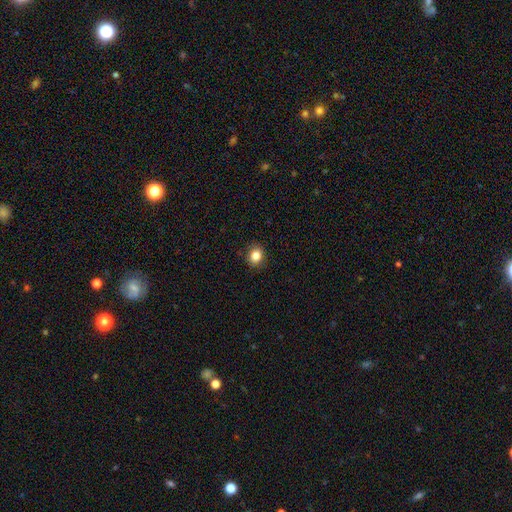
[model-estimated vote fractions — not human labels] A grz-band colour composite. It shows a smooth galaxy with no disk features (85%) that is round (65%). Merging: none (87%).